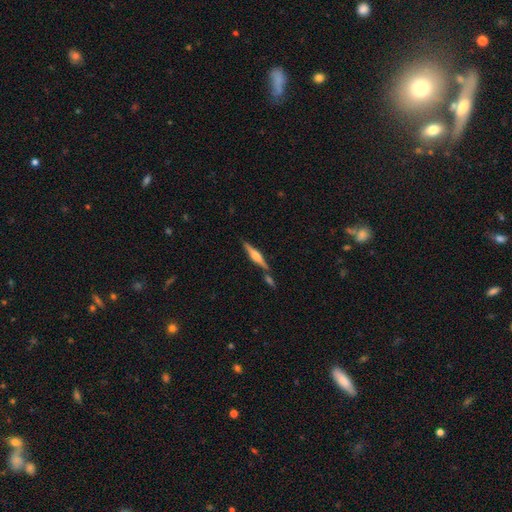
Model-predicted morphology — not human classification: featured or disk 74%, smooth 20%, star or artifact 6%. Down the decision tree: edge-on disk — yes (98%); edge-on bulge — rounded (87%); merging — none (76%).